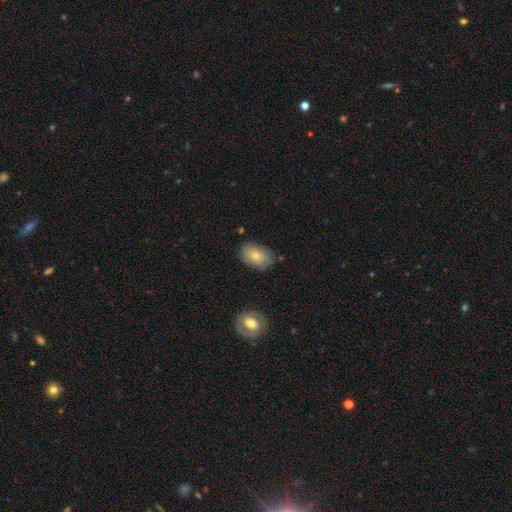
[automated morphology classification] Q: Smooth or featured?
A: smooth (64%); runner-up: featured or disk (29%)
Q: How rounded?
A: in between (85%); runner-up: round (14%)
Q: Merging?
A: none (73%); runner-up: minor disturbance (20%)